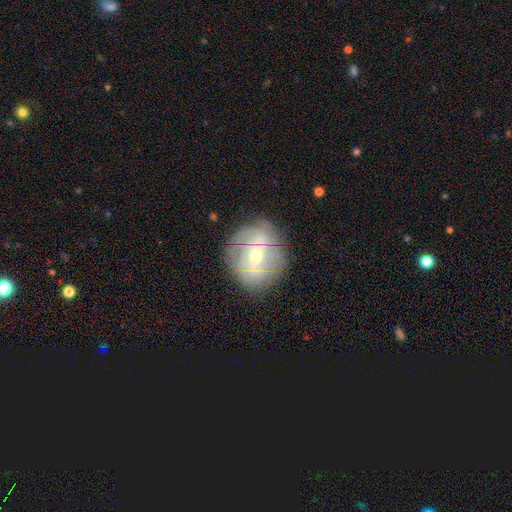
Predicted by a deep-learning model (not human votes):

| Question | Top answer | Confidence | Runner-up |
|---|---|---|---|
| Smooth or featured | featured or disk | 74% | smooth (18%) |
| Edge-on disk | no | 95% | yes (5%) |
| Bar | weak | 46% | strong (28%) |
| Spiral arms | yes | 73% | no (27%) |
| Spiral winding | tight | 59% | medium (28%) |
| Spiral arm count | can't tell | 47% | 2 (29%) |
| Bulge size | moderate | 54% | small (42%) |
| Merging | none | 75% | minor disturbance (17%) |